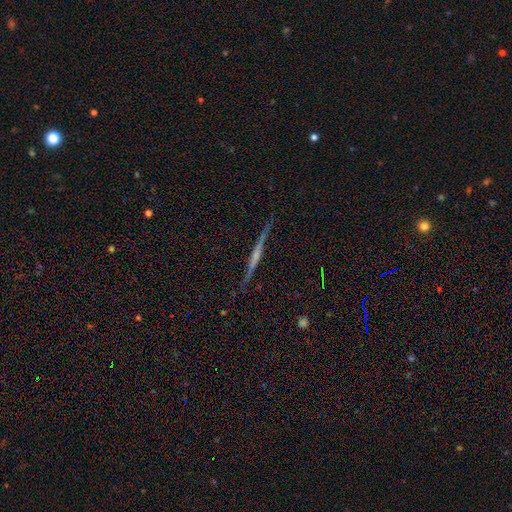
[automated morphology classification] This is likely a featured or disk galaxy (71%). It is clearly viewed edge-on (97%). Edge-on bulge: possibly none (46%). Merging: clearly none (85%).